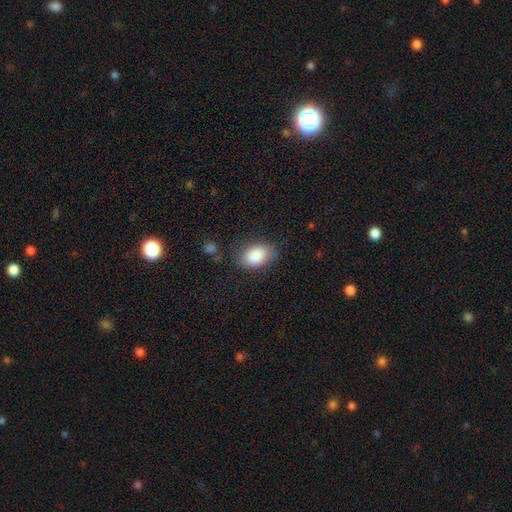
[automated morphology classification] Q: Smooth or featured?
A: smooth (88%); runner-up: star or artifact (7%)
Q: How rounded?
A: in between (85%); runner-up: round (14%)
Q: Merging?
A: none (78%); runner-up: minor disturbance (15%)